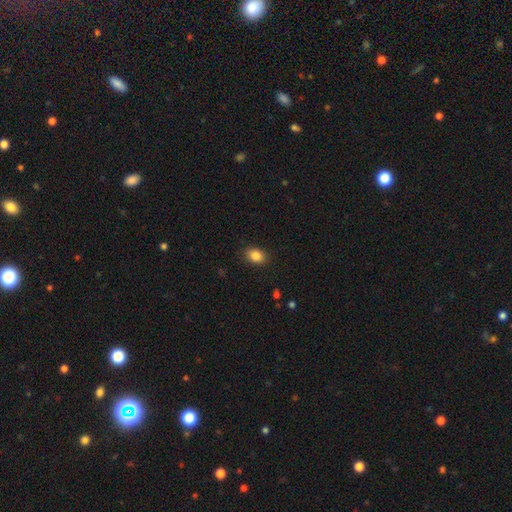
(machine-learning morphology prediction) type=smooth (86%); roundness=in between (76%); merging=none (87%).